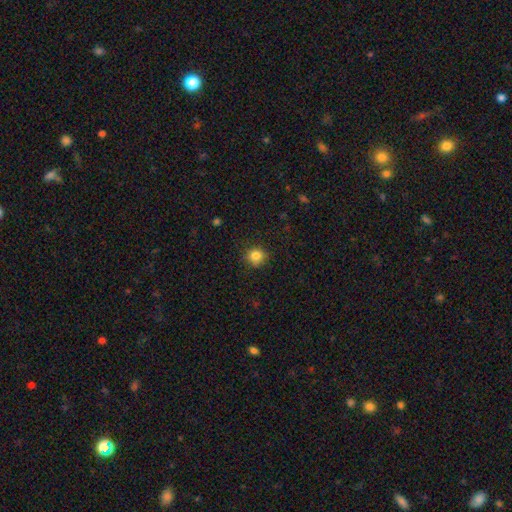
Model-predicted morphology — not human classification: smooth_or_featured: smooth (p=0.84) [alt: star or artifact p=0.11]
how_rounded: round (p=0.86) [alt: in between p=0.13]
merging: none (p=0.85) [alt: minor disturbance p=0.11]